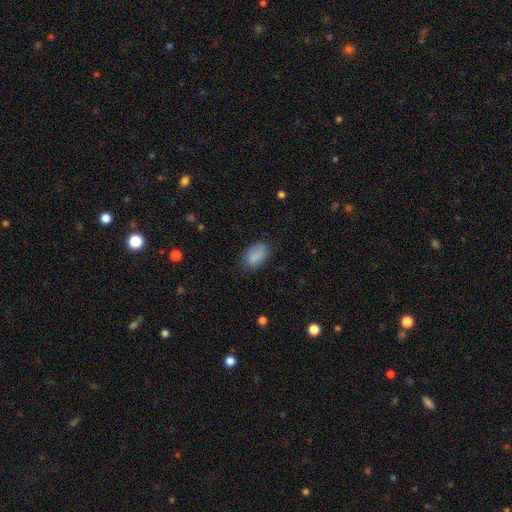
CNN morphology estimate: This appears to be a smooth galaxy with no disk features (85%) that is in between round and cigar-shaped (90%). Merging: none (75%).